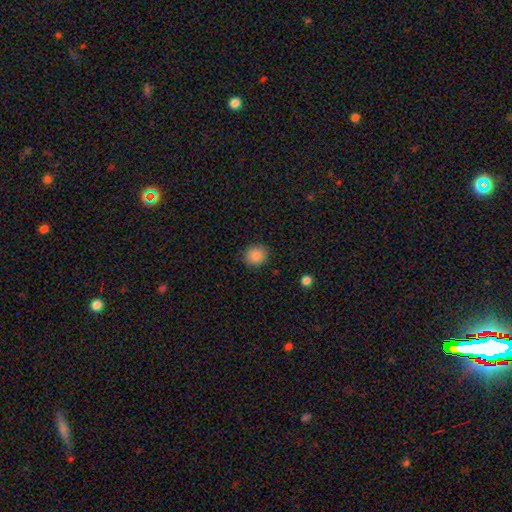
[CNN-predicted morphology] smooth 87%, star or artifact 9%, featured or disk 4%. Down the decision tree: how rounded — round (82%); merging — none (89%).